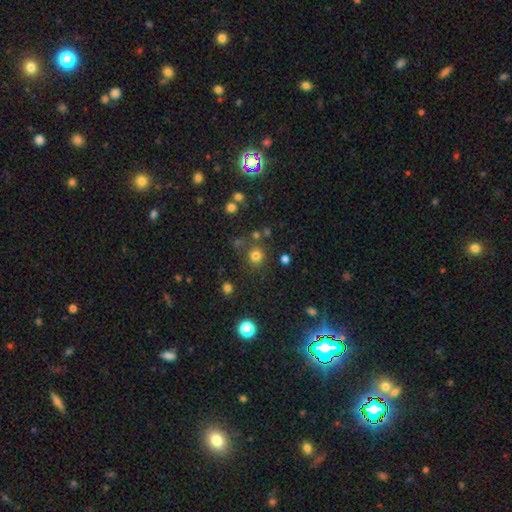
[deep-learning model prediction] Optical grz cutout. It shows a smooth galaxy with no disk features (76%) that is round (91%). Merging: none (80%).